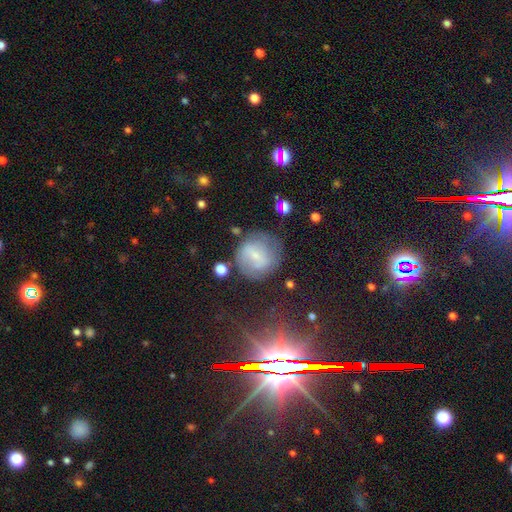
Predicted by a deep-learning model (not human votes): A smooth galaxy with no disk features (46%). Merging: none (65%).